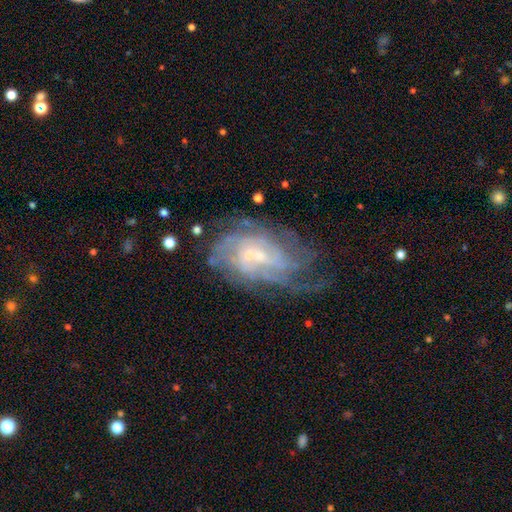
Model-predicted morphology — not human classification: Q: Smooth or featured?
A: featured or disk (81%); runner-up: smooth (11%)
Q: Edge-on disk?
A: no (96%); runner-up: yes (4%)
Q: Bar?
A: no (56%); runner-up: weak (36%)
Q: Spiral arms?
A: yes (89%); runner-up: no (11%)
Q: Spiral winding?
A: tight (57%); runner-up: medium (32%)
Q: Spiral arm count?
A: can't tell (48%); runner-up: 4 (16%)
Q: Bulge size?
A: small (72%); runner-up: moderate (20%)
Q: Merging?
A: none (52%); runner-up: minor disturbance (23%)